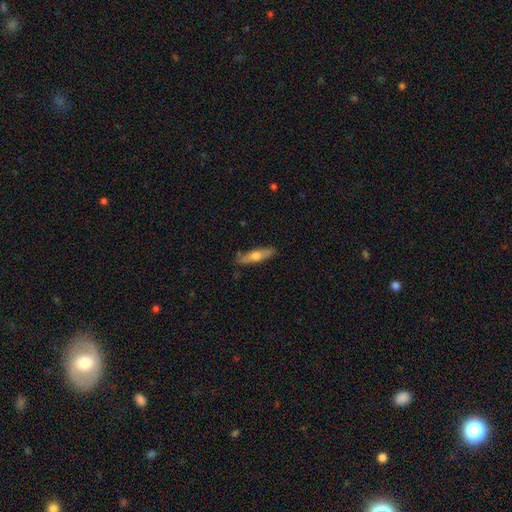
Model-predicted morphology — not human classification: type=smooth (50%); merging=none (85%).